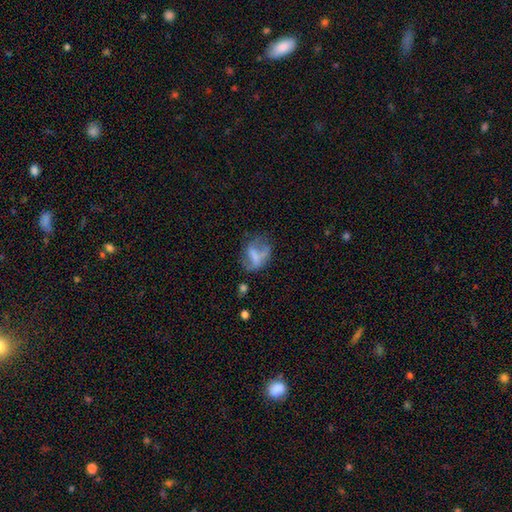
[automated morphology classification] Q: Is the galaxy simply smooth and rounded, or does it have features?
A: smooth — 47%.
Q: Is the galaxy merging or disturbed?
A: none — 35%.